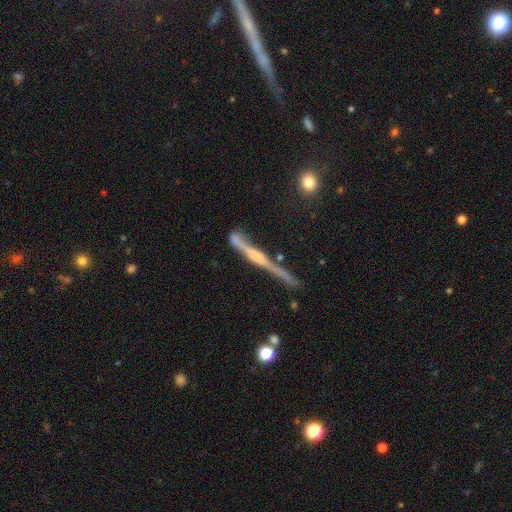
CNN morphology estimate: featured or disk 74%, smooth 18%, star or artifact 8%. Down the decision tree: edge-on disk — yes (95%); edge-on bulge — rounded (56%); merging — none (64%).